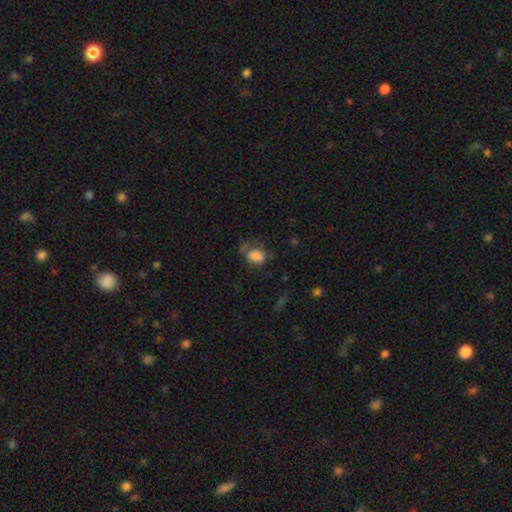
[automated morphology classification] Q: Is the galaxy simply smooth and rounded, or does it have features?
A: smooth — 76%.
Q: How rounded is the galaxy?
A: in between — 73%.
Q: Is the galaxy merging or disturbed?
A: none — 36%.